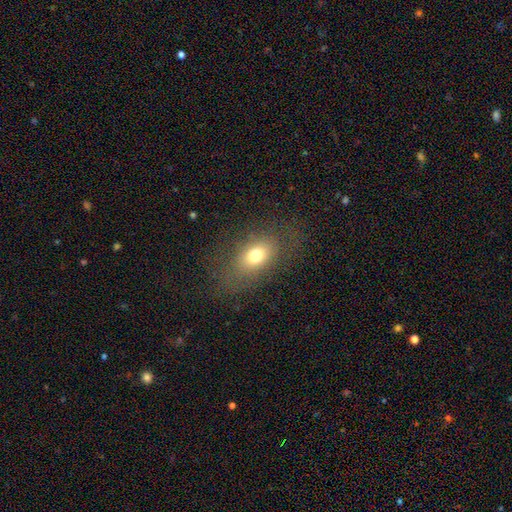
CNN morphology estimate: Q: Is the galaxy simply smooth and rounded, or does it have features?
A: smooth — 72%.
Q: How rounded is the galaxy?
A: in between — 80%.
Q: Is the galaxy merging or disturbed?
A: none — 75%.